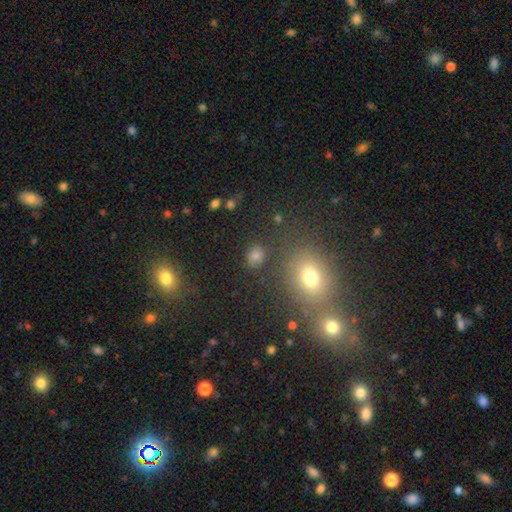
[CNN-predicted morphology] A smooth galaxy with no disk features (56%) that is in between round and cigar-shaped (51%).

Vote fractions:
- Smooth or featured? smooth: 56% / star or artifact: 32% / featured or disk: 11%
- How rounded? in between: 51% / round: 46% / cigar-shaped: 3%
- Merging? none: 69% / merger: 17% / minor disturbance: 10% / major disturbance: 5%